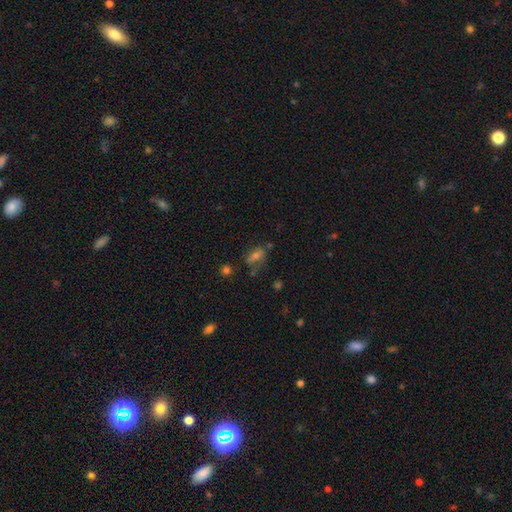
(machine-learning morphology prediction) Smooth or featured?
  - smooth: 48% *
  - featured or disk: 28%
  - star or artifact: 24%
Merging?
  - none: 51% *
  - minor disturbance: 23%
  - major disturbance: 19%
  - merger: 7%